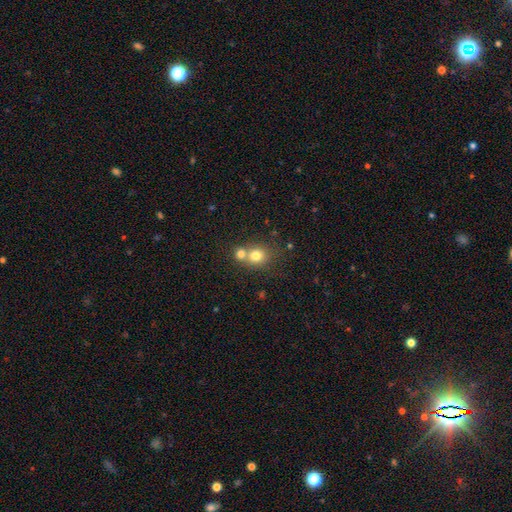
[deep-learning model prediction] This is likely a smooth galaxy (76%). How rounded: likely round (79%). Merging: possibly merger (50%).